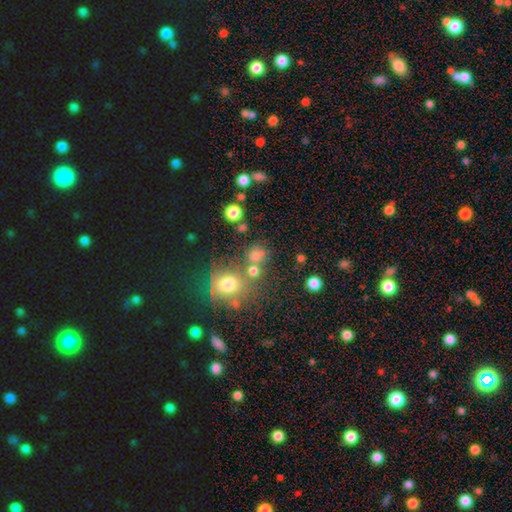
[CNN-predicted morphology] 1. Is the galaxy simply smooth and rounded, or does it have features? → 69% smooth, 21% star or artifact, 10% featured or disk.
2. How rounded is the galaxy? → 78% round, 21% in between, 1% cigar-shaped.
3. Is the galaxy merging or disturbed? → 57% none, 26% merger, 11% minor disturbance, 7% major disturbance.